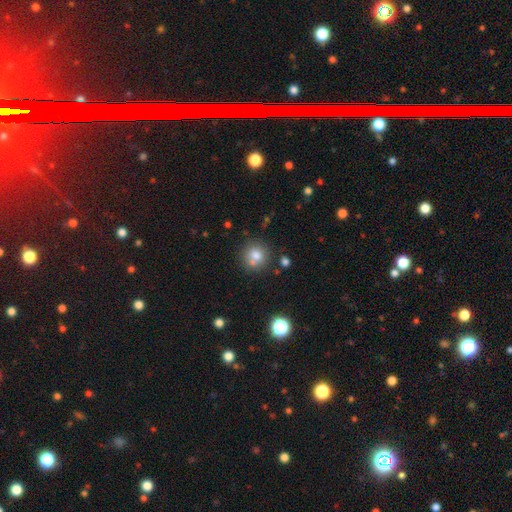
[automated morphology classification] smooth 76%, star or artifact 12%, featured or disk 12%. Down the decision tree: how rounded — round (89%); merging — none (67%).